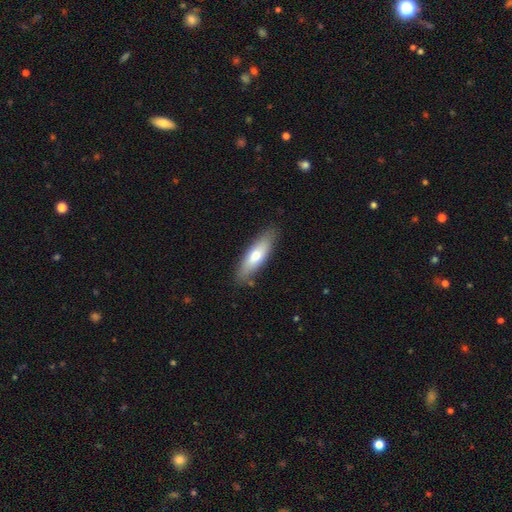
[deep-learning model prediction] Smooth or featured? smooth (68%)
How rounded? in between (52%)
Merging? none (83%)